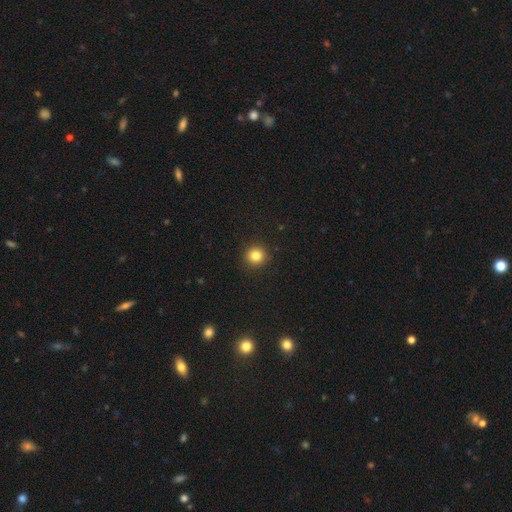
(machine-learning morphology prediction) This is clearly a smooth galaxy (83%). How rounded: clearly round (94%). Merging: clearly none (92%).